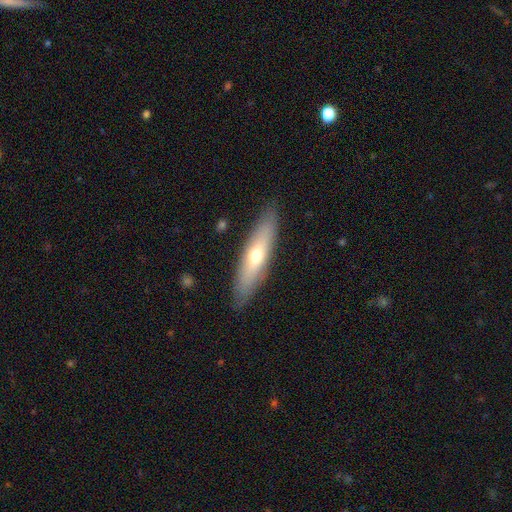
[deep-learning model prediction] Smooth or featured? smooth (55%)
How rounded? cigar-shaped (68%)
Merging? none (88%)